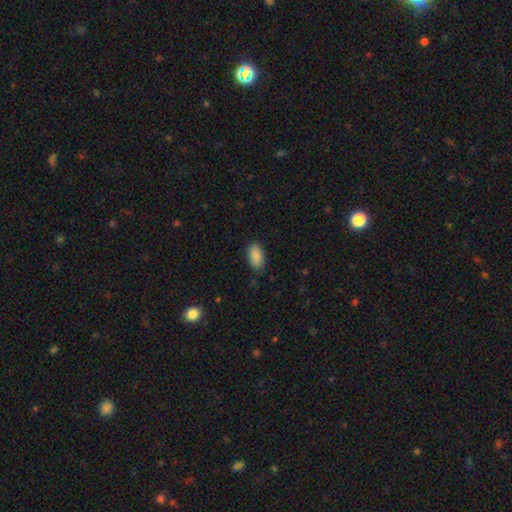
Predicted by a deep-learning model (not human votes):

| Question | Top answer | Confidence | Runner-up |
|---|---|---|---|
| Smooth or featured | smooth | 89% | star or artifact (7%) |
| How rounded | in between | 93% | cigar-shaped (4%) |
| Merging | none | 84% | minor disturbance (13%) |